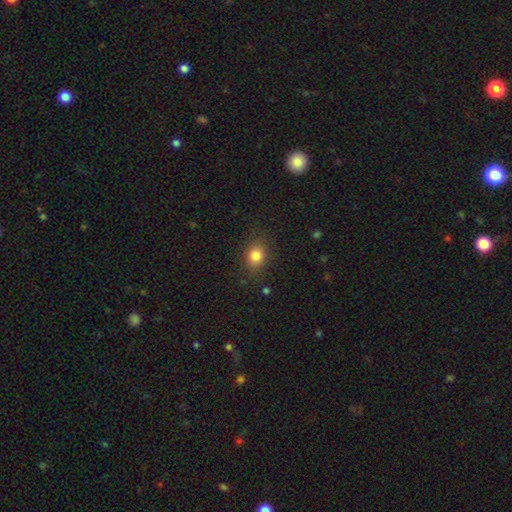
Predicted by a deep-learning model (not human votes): Q: Smooth or featured?
A: smooth (83%); runner-up: star or artifact (11%)
Q: How rounded?
A: round (58%); runner-up: in between (41%)
Q: Merging?
A: none (83%); runner-up: minor disturbance (12%)